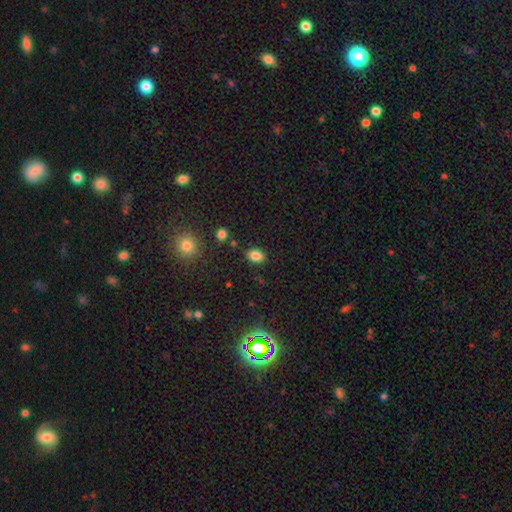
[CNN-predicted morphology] Smooth or featured? Predicted: smooth (p=0.82). How rounded? Predicted: in between (p=0.79). Merging? Predicted: none (p=0.82).